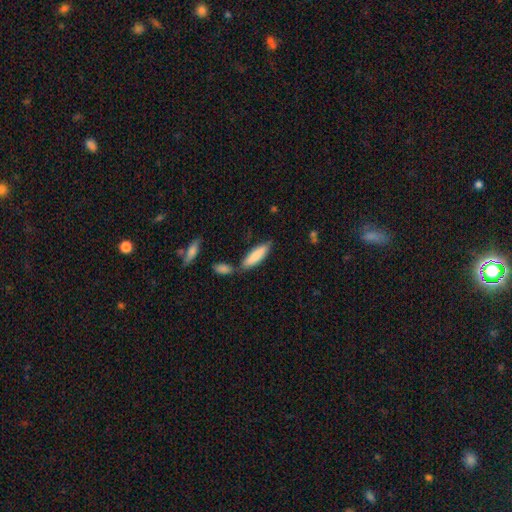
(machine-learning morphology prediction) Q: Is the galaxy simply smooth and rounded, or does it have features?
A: smooth — 82%.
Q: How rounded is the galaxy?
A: cigar-shaped — 65%.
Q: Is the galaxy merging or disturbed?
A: none — 67%.